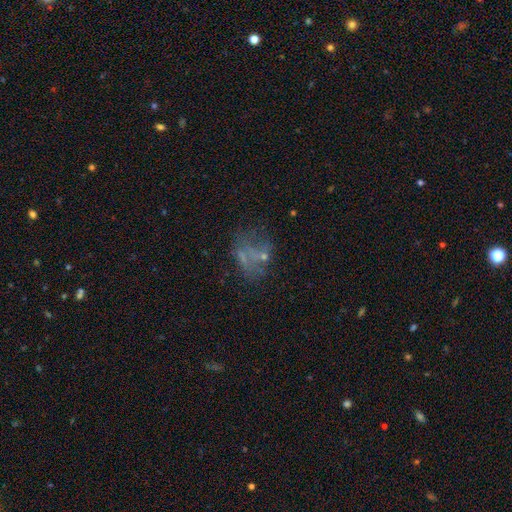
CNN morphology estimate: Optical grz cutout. It shows a featured or disk galaxy (45%). Merging: none (43%).